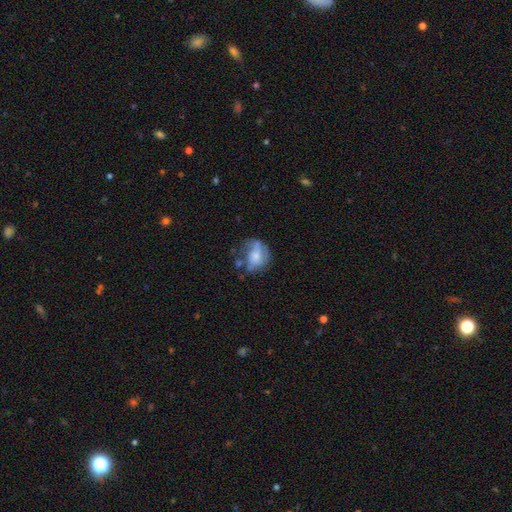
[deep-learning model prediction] A smooth galaxy with no disk features (52%) that is in between round and cigar-shaped (57%). Merging: none (38%).